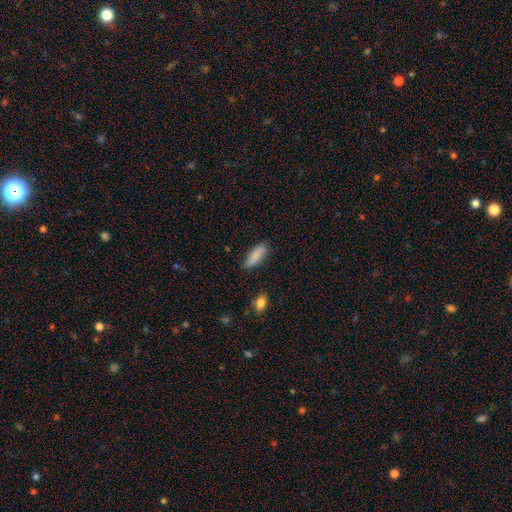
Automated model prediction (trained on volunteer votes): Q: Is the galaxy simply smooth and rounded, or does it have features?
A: smooth — 84%.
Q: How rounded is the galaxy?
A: in between — 67%.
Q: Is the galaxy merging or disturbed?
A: none — 76%.